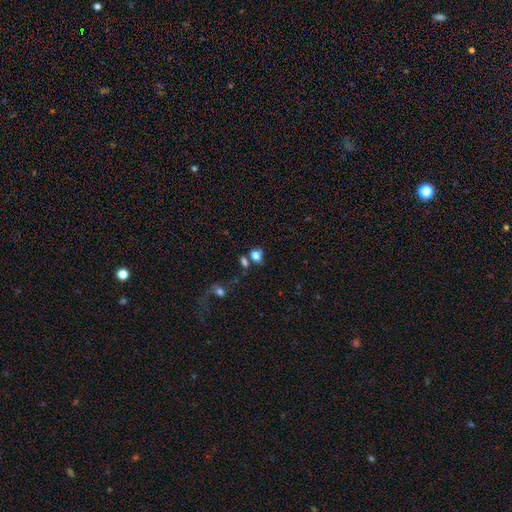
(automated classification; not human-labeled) This is likely a smooth galaxy (76%). How rounded: likely in between (67%). Merging: possibly none (49%).